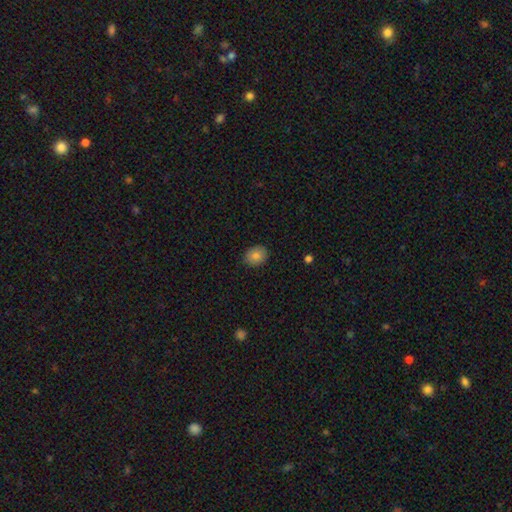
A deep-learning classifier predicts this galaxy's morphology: smooth-or-featured: smooth: 84% | star or artifact: 9% | featured or disk: 7%
  how-rounded: round: 52% | in between: 47% | cigar-shaped: 1%
  merging: none: 89% | minor disturbance: 8% | major disturbance: 2% | merger: 1%